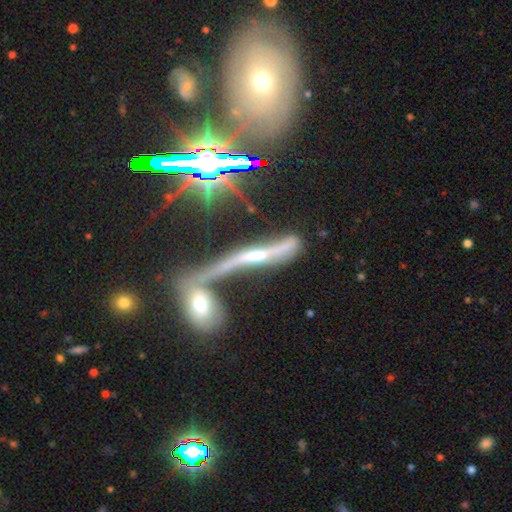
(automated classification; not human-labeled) Q: Smooth or featured?
A: featured or disk (65%); runner-up: smooth (18%)
Q: Edge-on disk?
A: yes (69%); runner-up: no (31%)
Q: Merging?
A: merger (40%); runner-up: none (34%)